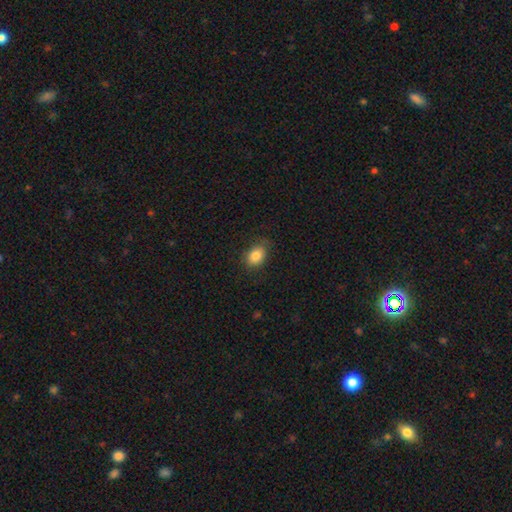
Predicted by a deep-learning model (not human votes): This appears to be a smooth galaxy with no disk features (85%) that is in between round and cigar-shaped (72%). Merging: none (77%).